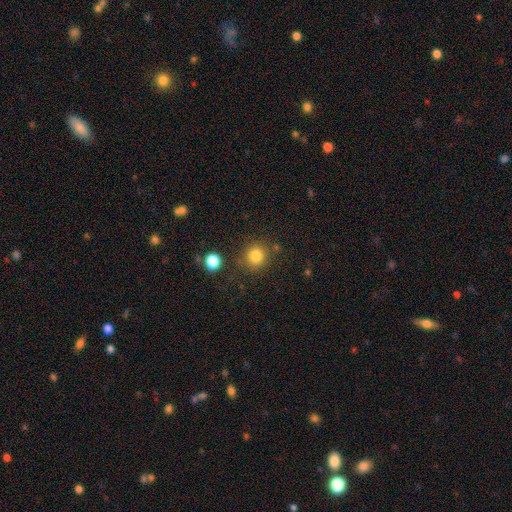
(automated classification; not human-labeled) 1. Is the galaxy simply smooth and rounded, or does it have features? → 82% smooth, 12% star or artifact, 6% featured or disk.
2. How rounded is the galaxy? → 89% round, 10% in between, 1% cigar-shaped.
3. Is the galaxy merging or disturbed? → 81% none, 10% minor disturbance, 5% merger, 4% major disturbance.